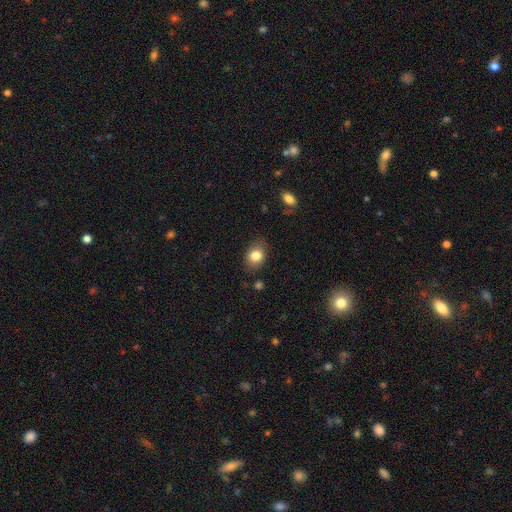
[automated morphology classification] smooth-or-featured: smooth: 82% | featured or disk: 9% | star or artifact: 9%
  how-rounded: in between: 64% | round: 35% | cigar-shaped: 1%
  merging: none: 80% | minor disturbance: 15% | major disturbance: 4% | merger: 2%